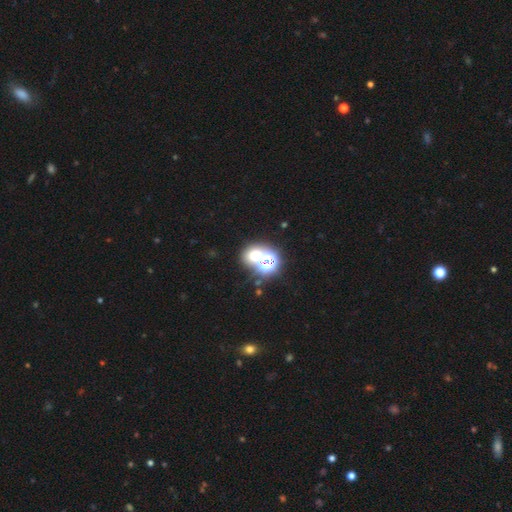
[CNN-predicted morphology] A smooth galaxy with no disk features (47%).

Vote fractions:
- Smooth or featured? smooth: 47% / star or artifact: 41% / featured or disk: 12%
- Merging? none: 54% / merger: 34% / minor disturbance: 8% / major disturbance: 5%